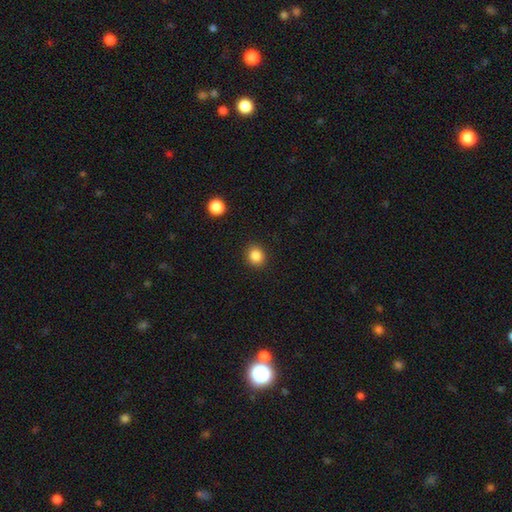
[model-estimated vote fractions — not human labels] smooth-or-featured: smooth: 85% | star or artifact: 11% | featured or disk: 4%
  how-rounded: round: 80% | in between: 19% | cigar-shaped: 1%
  merging: none: 91% | minor disturbance: 6% | major disturbance: 2% | merger: 1%